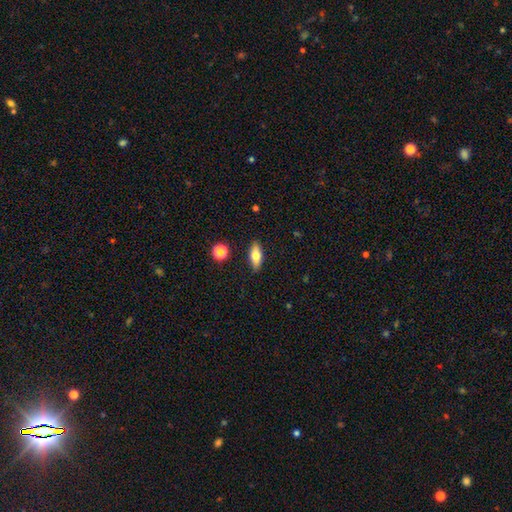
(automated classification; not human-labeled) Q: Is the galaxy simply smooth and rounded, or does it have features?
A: smooth — 69%.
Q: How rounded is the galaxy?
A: in between — 74%.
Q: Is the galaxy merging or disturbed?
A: none — 88%.